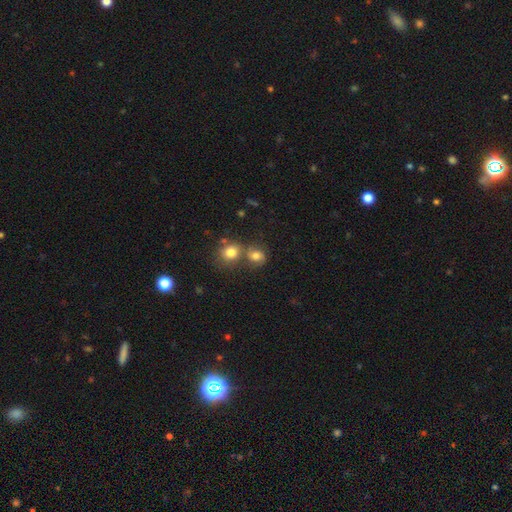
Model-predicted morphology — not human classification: A smooth galaxy with no disk features (73%) that is round (64%). Merging: none (45%).